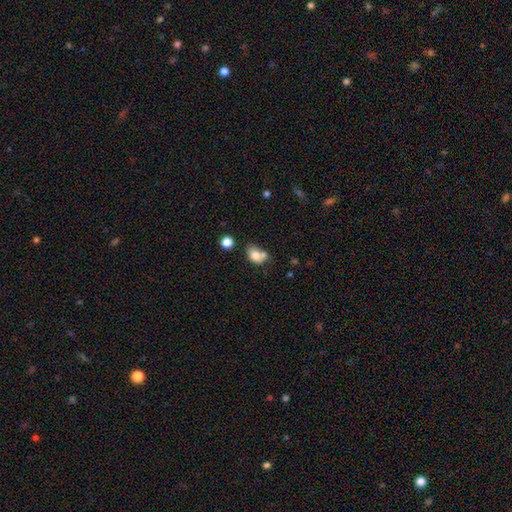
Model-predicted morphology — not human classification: Smooth or featured? Predicted: smooth (p=0.76). How rounded? Predicted: in between (p=0.62). Merging? Predicted: merger (p=0.40).